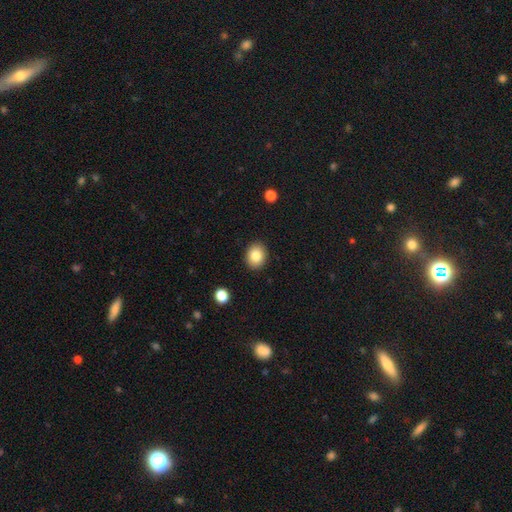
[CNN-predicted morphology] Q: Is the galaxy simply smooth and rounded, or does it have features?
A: smooth — 83%.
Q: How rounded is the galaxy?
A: round — 62%.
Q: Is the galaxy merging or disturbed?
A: none — 90%.